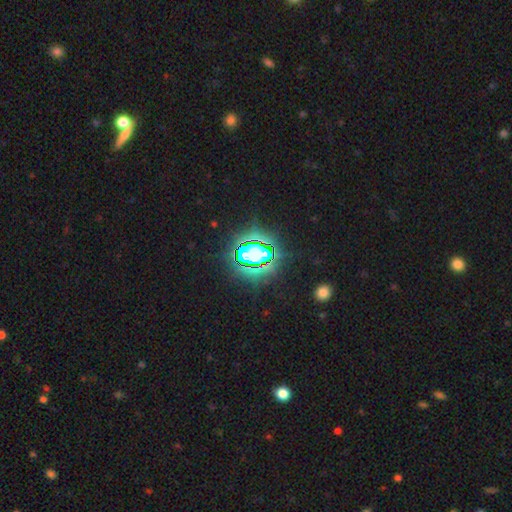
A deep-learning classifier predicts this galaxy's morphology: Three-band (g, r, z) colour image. It shows a star or artifact, not a galaxy (81%).